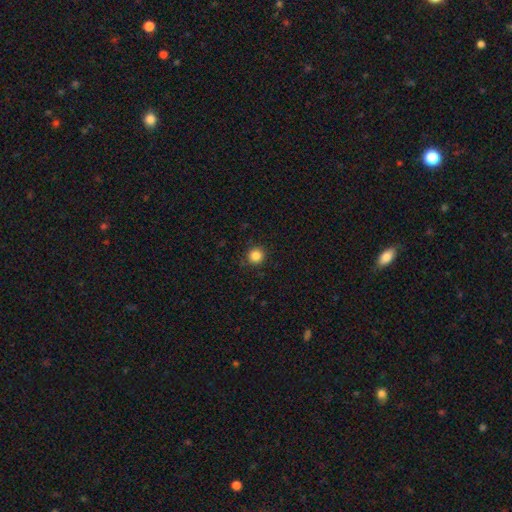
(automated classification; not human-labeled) A smooth galaxy with no disk features (85%) that is round (95%).

Vote fractions:
- Smooth or featured? smooth: 85% / star or artifact: 11% / featured or disk: 4%
- How rounded? round: 95% / in between: 4% / cigar-shaped: 1%
- Merging? none: 90% / minor disturbance: 7% / major disturbance: 2% / merger: 1%